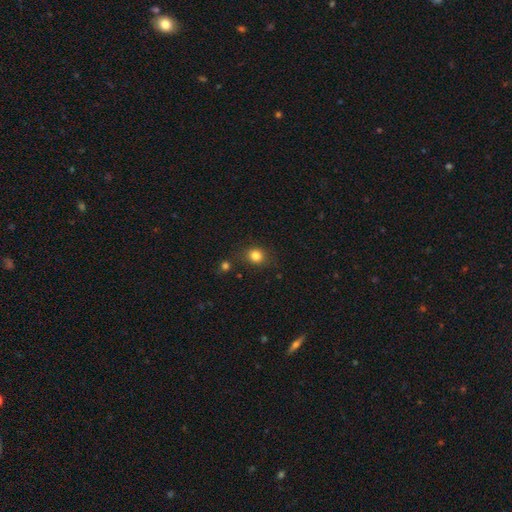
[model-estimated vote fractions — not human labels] smooth_or_featured: smooth (p=0.83) [alt: star or artifact p=0.12]
how_rounded: round (p=0.73) [alt: in between p=0.26]
merging: none (p=0.79) [alt: minor disturbance p=0.11]